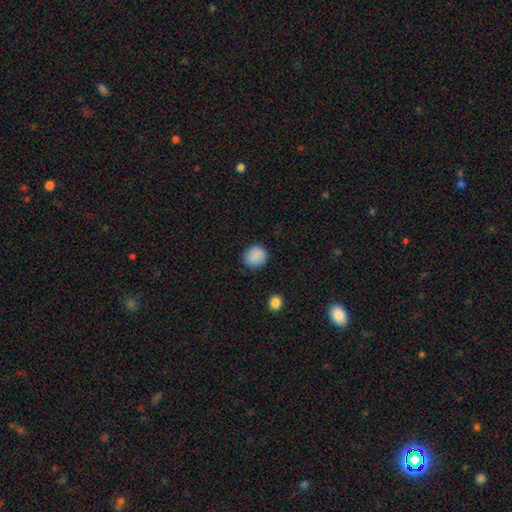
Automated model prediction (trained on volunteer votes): The model was most divided on "how rounded": round: 83%, in between: 16%, cigar-shaped: 1%. More confident: smooth or featured — smooth (89%); merging — none (86%).